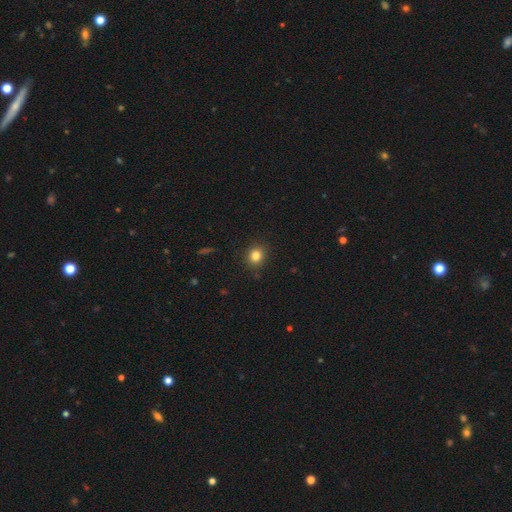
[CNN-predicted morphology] smooth_or_featured: smooth (p=0.82) [alt: star or artifact p=0.12]
how_rounded: round (p=0.83) [alt: in between p=0.16]
merging: none (p=0.89) [alt: minor disturbance p=0.08]